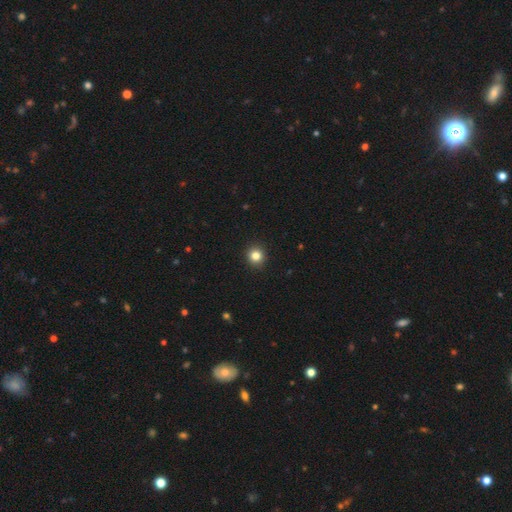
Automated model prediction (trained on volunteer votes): Smooth or featured? Predicted: smooth (p=0.83). How rounded? Predicted: round (p=0.92). Merging? Predicted: none (p=0.93).